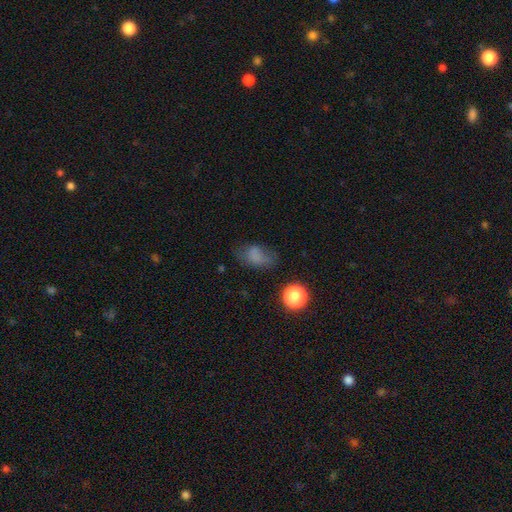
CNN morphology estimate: This is likely a smooth galaxy (68%). How rounded: clearly in between (81%). Merging: possibly none (46%).